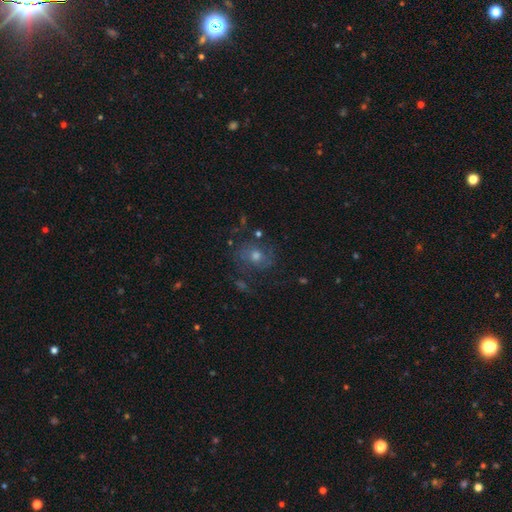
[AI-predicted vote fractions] Q: Smooth or featured?
A: featured or disk (43%); runner-up: smooth (33%)
Q: Merging?
A: none (68%); runner-up: minor disturbance (17%)